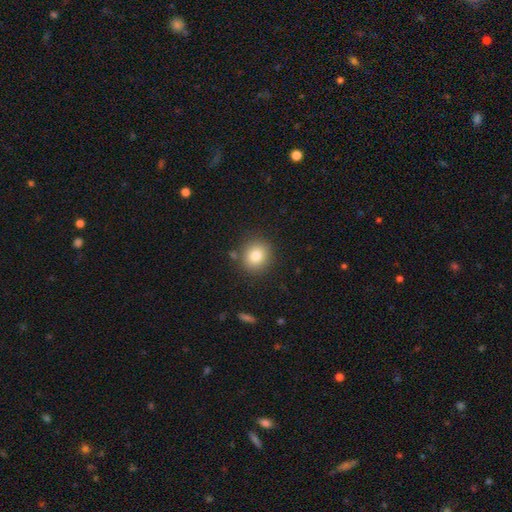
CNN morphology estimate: Q: Smooth or featured?
A: smooth (81%); runner-up: star or artifact (11%)
Q: How rounded?
A: round (81%); runner-up: in between (18%)
Q: Merging?
A: none (85%); runner-up: minor disturbance (9%)